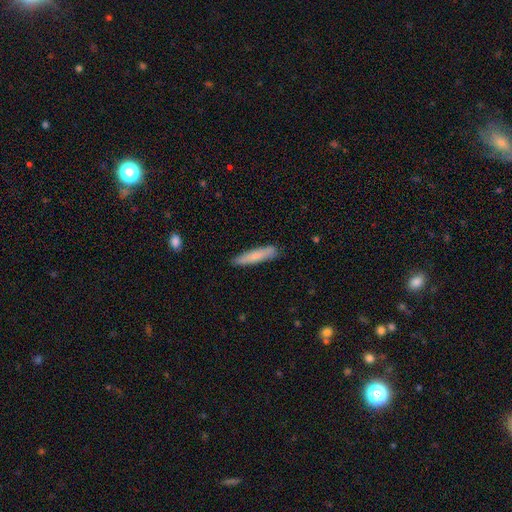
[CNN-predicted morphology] Smooth or featured? Predicted: smooth (p=0.78). How rounded? Predicted: cigar-shaped (p=0.89). Merging? Predicted: none (p=0.84).